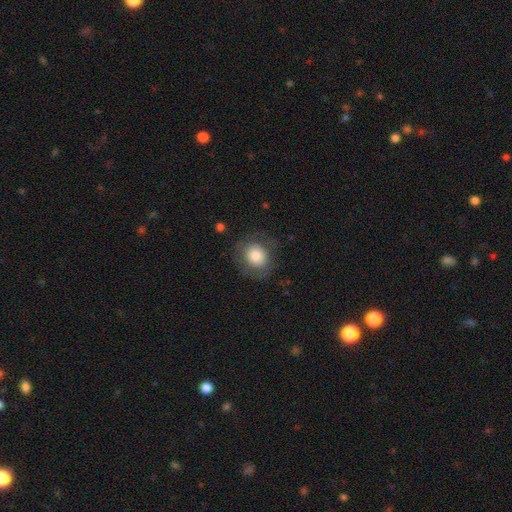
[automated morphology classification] Smooth or featured? smooth (77%)
How rounded? round (79%)
Merging? none (76%)